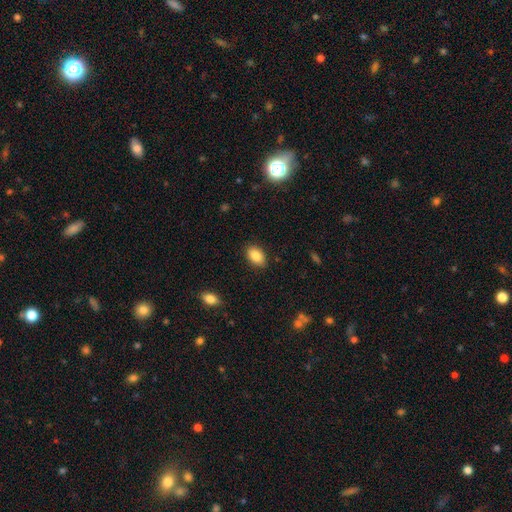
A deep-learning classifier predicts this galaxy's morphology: smooth_or_featured: smooth (p=0.86) [alt: star or artifact p=0.08]
how_rounded: in between (p=0.90) [alt: round p=0.08]
merging: none (p=0.88) [alt: minor disturbance p=0.09]